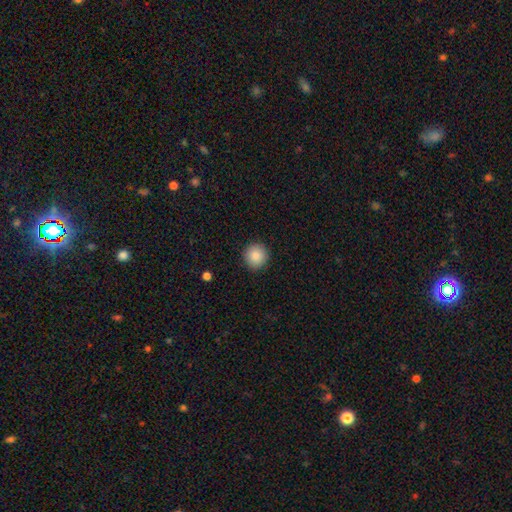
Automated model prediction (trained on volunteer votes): A smooth galaxy with no disk features (88%) that is round (94%). Merging: none (92%).